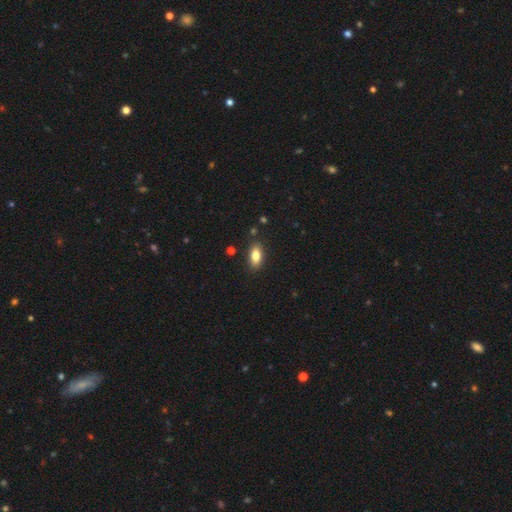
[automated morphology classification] Smooth or featured? smooth (80%)
How rounded? in between (85%)
Merging? none (86%)